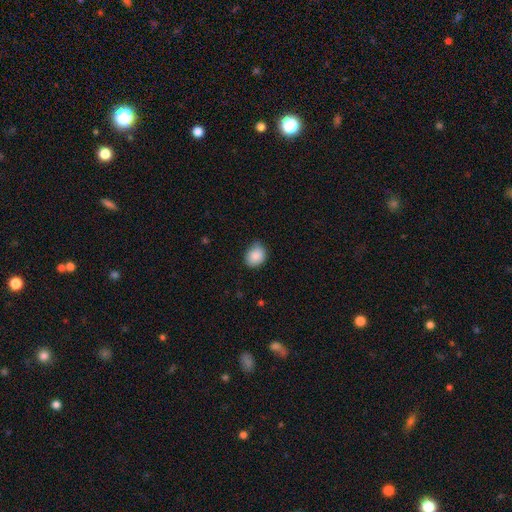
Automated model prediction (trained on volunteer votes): Smooth or featured? smooth (88%)
How rounded? round (54%)
Merging? none (70%)